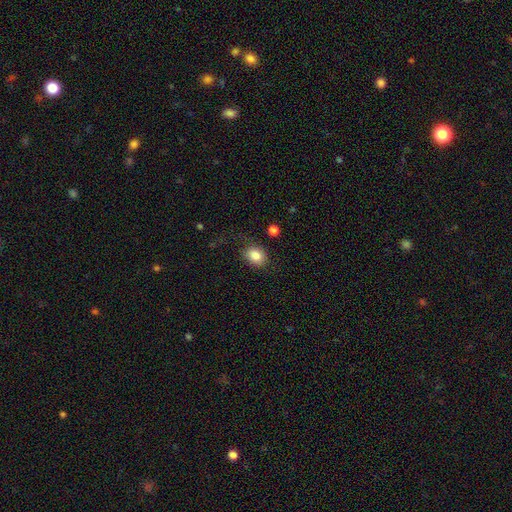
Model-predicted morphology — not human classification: The model was most divided on "how rounded": in between: 53%, round: 46%, cigar-shaped: 1%. More confident: smooth or featured — smooth (84%); merging — none (72%).